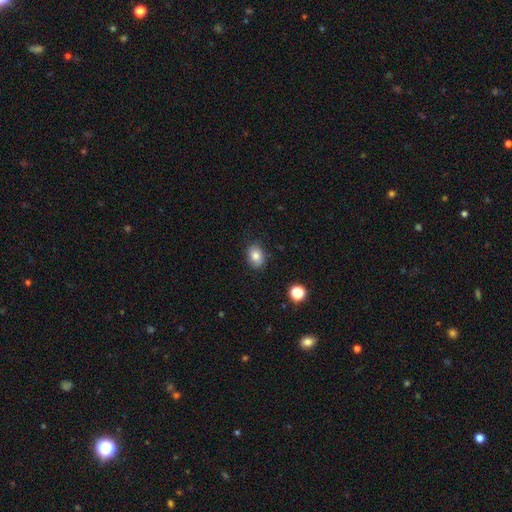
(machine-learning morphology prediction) Smooth or featured?
  - smooth: 82% *
  - star or artifact: 10%
  - featured or disk: 8%
How rounded?
  - in between: 70% *
  - round: 29%
  - cigar-shaped: 1%
Merging?
  - none: 84% *
  - minor disturbance: 12%
  - major disturbance: 3%
  - merger: 1%